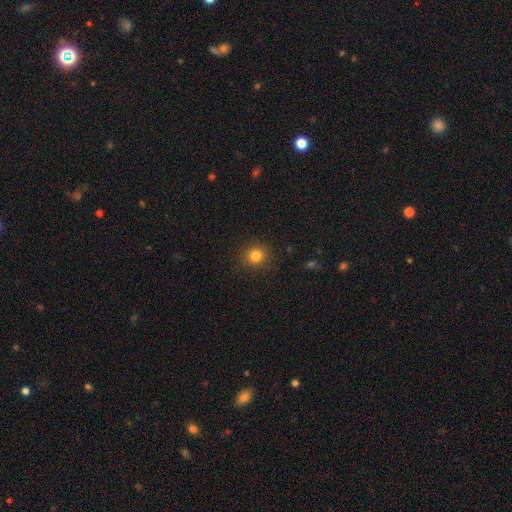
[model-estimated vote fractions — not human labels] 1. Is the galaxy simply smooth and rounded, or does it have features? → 82% smooth, 12% star or artifact, 6% featured or disk.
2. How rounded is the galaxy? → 90% round, 9% in between, 1% cigar-shaped.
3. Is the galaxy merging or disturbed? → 91% none, 6% minor disturbance, 2% major disturbance, 1% merger.